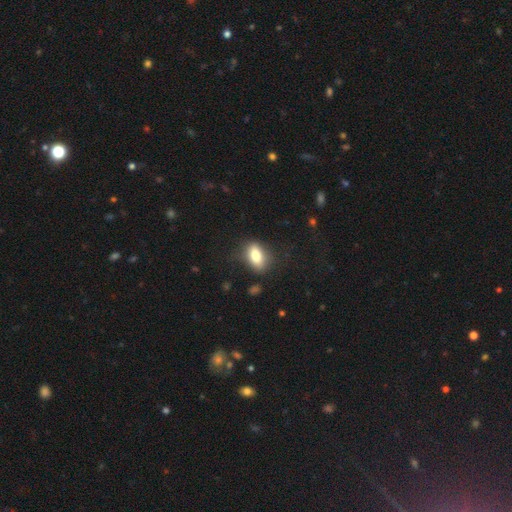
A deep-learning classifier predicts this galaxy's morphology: smooth_or_featured: smooth (p=0.77) [alt: featured or disk p=0.15]
how_rounded: in between (p=0.84) [alt: round p=0.11]
merging: none (p=0.77) [alt: minor disturbance p=0.16]